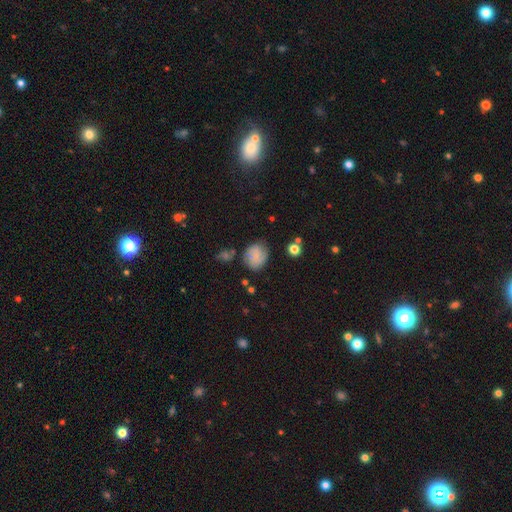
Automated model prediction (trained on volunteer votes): A smooth galaxy with no disk features (56%) that is round (56%). Merging: none (68%).